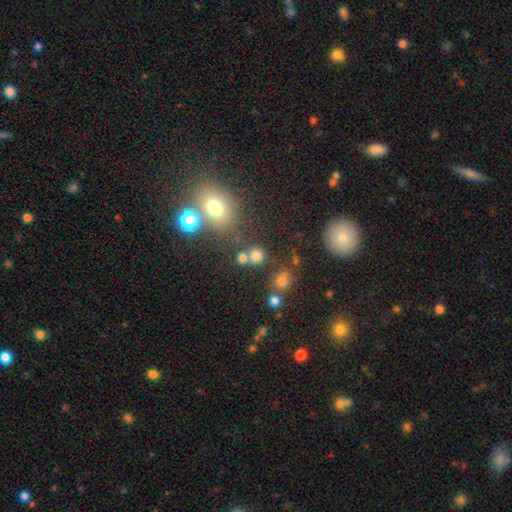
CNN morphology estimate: A smooth galaxy with no disk features (73%) that is round (86%).

Vote fractions:
- Smooth or featured? smooth: 73% / star or artifact: 19% / featured or disk: 8%
- How rounded? round: 86% / in between: 13% / cigar-shaped: 1%
- Merging? none: 66% / merger: 21% / minor disturbance: 9% / major disturbance: 4%